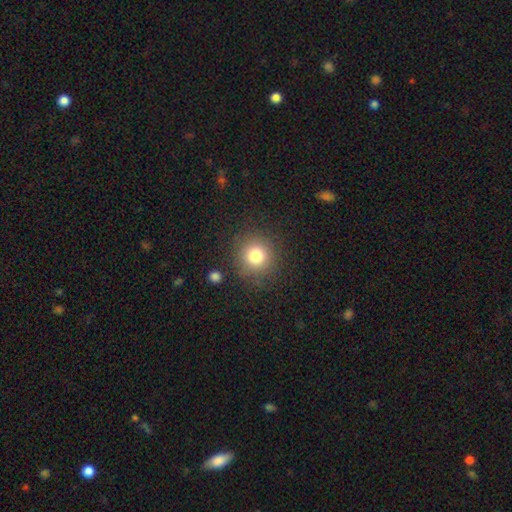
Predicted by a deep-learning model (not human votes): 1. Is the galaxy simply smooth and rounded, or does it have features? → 80% smooth, 12% star or artifact, 8% featured or disk.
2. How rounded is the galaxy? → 92% round, 7% in between, 1% cigar-shaped.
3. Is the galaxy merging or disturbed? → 85% none, 9% minor disturbance, 4% major disturbance, 3% merger.